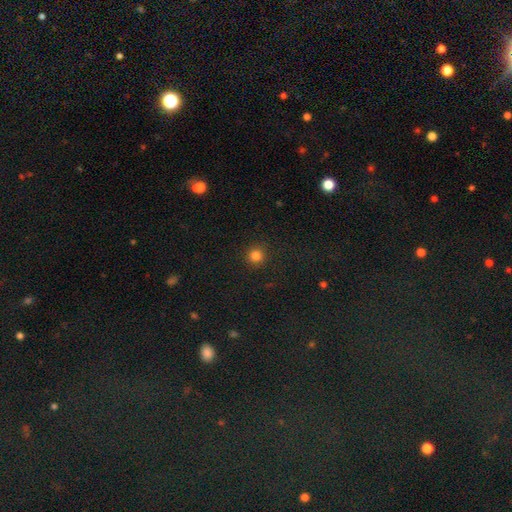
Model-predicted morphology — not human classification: Q: Smooth or featured?
A: smooth (83%); runner-up: star or artifact (13%)
Q: How rounded?
A: round (95%); runner-up: in between (4%)
Q: Merging?
A: none (91%); runner-up: minor disturbance (5%)